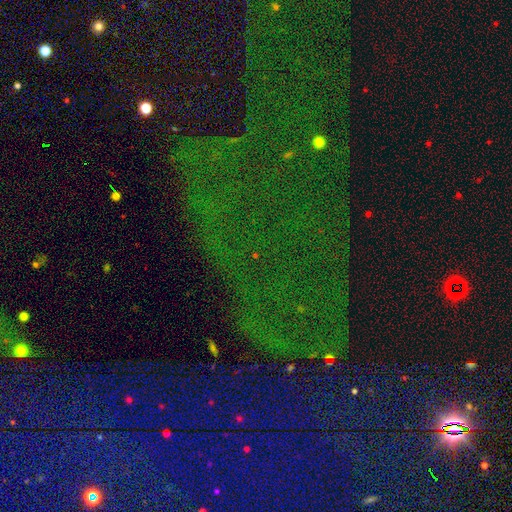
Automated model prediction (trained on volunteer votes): The model was most divided on "smooth or featured": star or artifact: 78%, smooth: 12%, featured or disk: 10%.